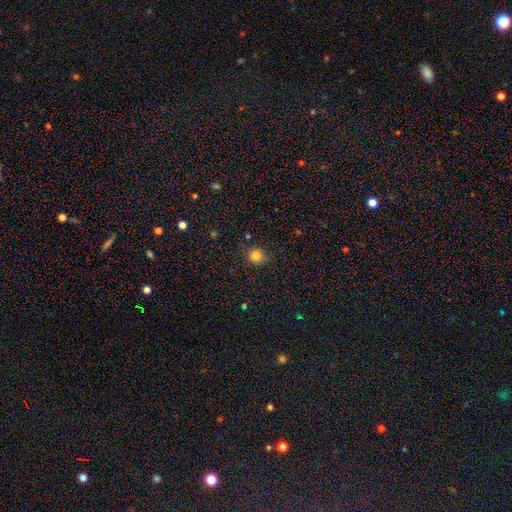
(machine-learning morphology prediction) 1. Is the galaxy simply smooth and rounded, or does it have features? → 82% smooth, 13% star or artifact, 5% featured or disk.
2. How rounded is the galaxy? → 88% round, 11% in between, 1% cigar-shaped.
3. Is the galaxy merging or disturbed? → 84% none, 11% minor disturbance, 3% major disturbance, 2% merger.